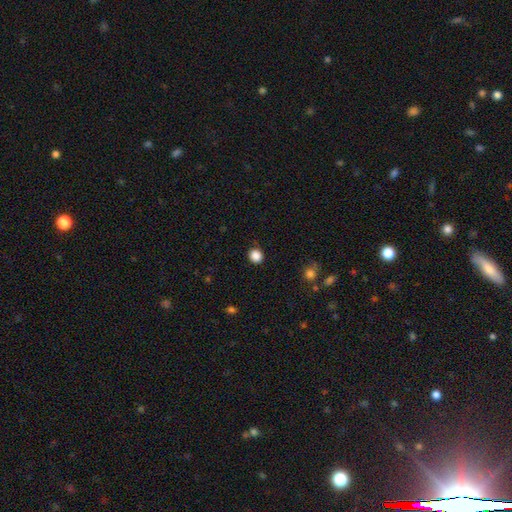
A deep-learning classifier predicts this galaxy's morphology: Smooth or featured? Predicted: smooth (p=0.87). How rounded? Predicted: round (p=0.84). Merging? Predicted: none (p=0.89).